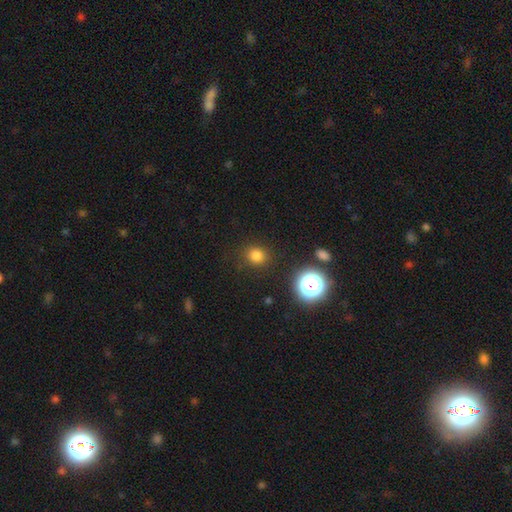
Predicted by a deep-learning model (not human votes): smooth-or-featured: smooth: 78% | star or artifact: 17% | featured or disk: 5%
  how-rounded: round: 86% | in between: 13% | cigar-shaped: 1%
  merging: none: 89% | minor disturbance: 7% | major disturbance: 3% | merger: 2%